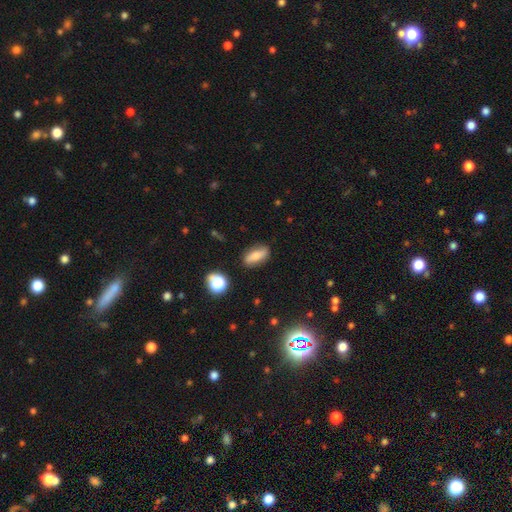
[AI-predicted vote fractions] Smooth or featured? smooth (65%)
How rounded? in between (69%)
Merging? none (83%)